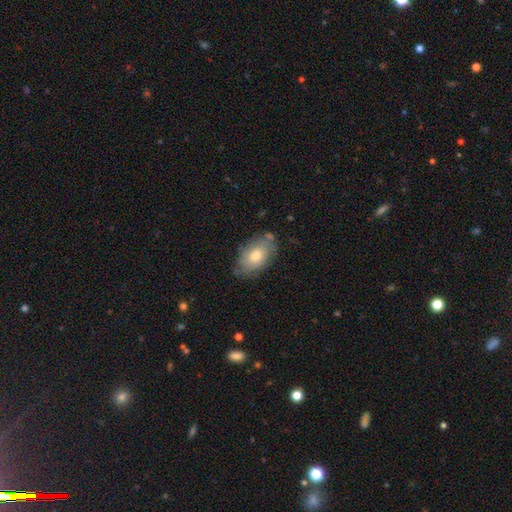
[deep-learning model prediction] Smooth or featured? smooth (66%)
How rounded? in between (90%)
Merging? none (71%)